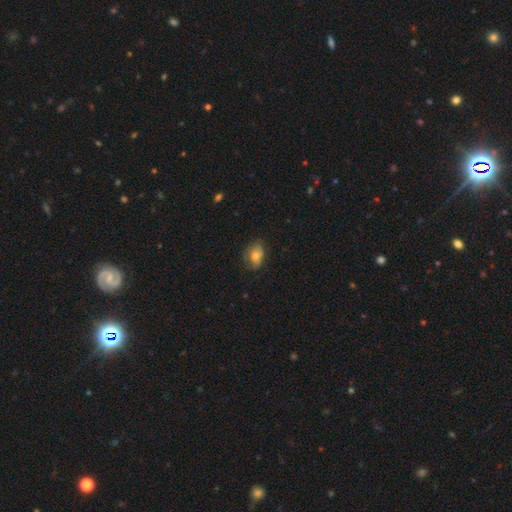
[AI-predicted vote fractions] Morphology: type=smooth (67%); roundness=in between (77%); merging=none (71%).